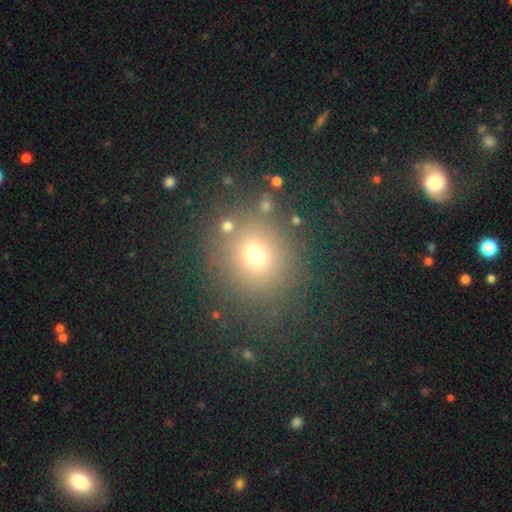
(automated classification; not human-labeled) This appears to be a smooth galaxy with no disk features (68%) that is round (82%). Merging: none (80%).